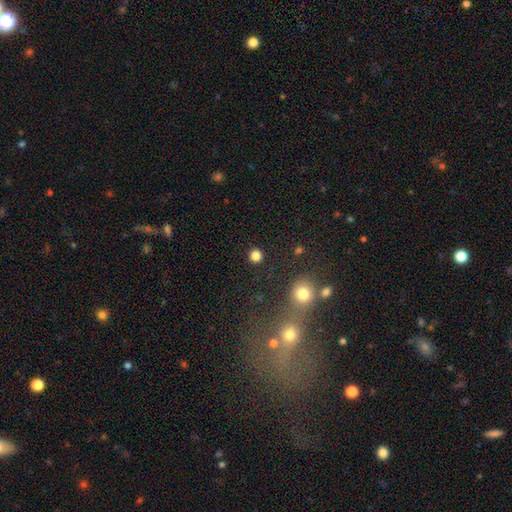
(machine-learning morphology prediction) smooth-or-featured: smooth: 82% | star or artifact: 14% | featured or disk: 4%
  how-rounded: round: 93% | in between: 6% | cigar-shaped: 1%
  merging: none: 90% | minor disturbance: 5% | merger: 3% | major disturbance: 2%